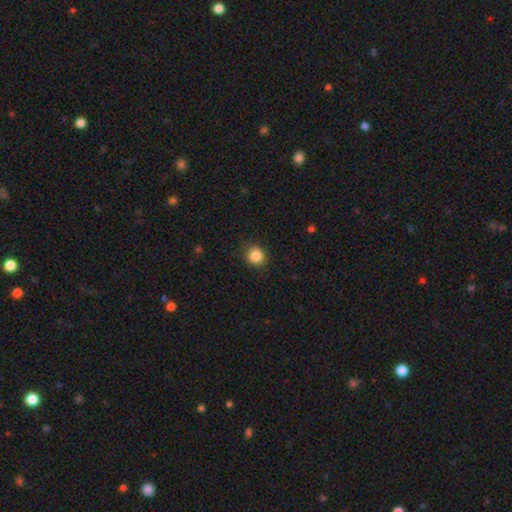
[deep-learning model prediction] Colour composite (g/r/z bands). It shows a smooth galaxy with no disk features (86%) that is round (85%). Merging: none (87%).